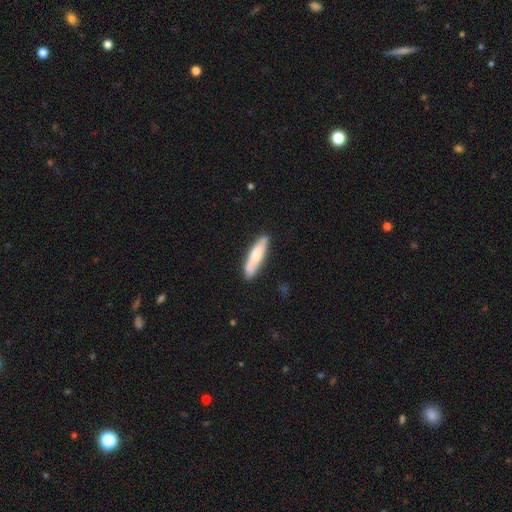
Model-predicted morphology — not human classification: Overall: smooth (65%; featured or disk 30%). How rounded: cigar-shaped (71%). Merging: none (83%).